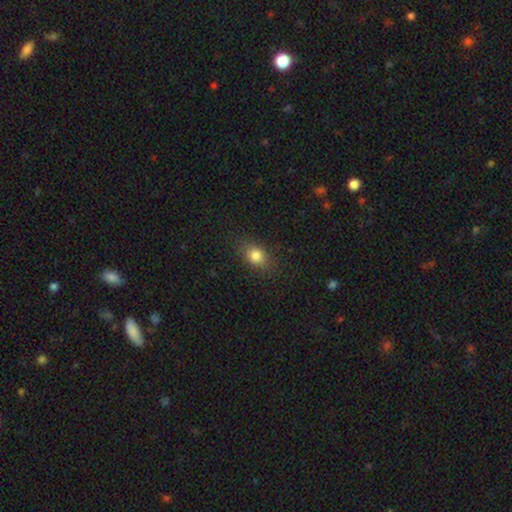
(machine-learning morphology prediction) smooth-or-featured: smooth: 82% | star or artifact: 11% | featured or disk: 7%
  how-rounded: in between: 62% | round: 36% | cigar-shaped: 2%
  merging: none: 83% | minor disturbance: 12% | major disturbance: 4% | merger: 1%